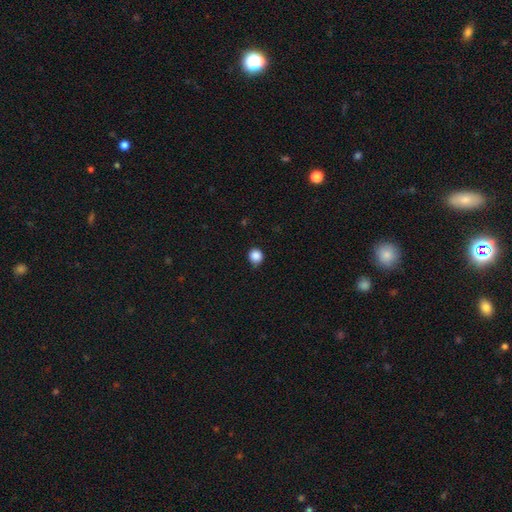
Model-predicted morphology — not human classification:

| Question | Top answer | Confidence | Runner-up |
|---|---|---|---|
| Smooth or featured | smooth | 87% | star or artifact (10%) |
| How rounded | round | 91% | in between (8%) |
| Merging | none | 83% | minor disturbance (14%) |